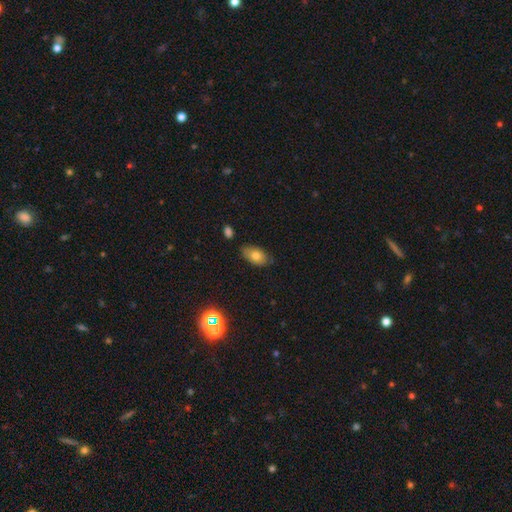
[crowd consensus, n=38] Smooth or featured: smooth — 82% (featured or disk — 11%)
How rounded: in between — 100%
Merging: none — 74% (minor disturbance — 20%)